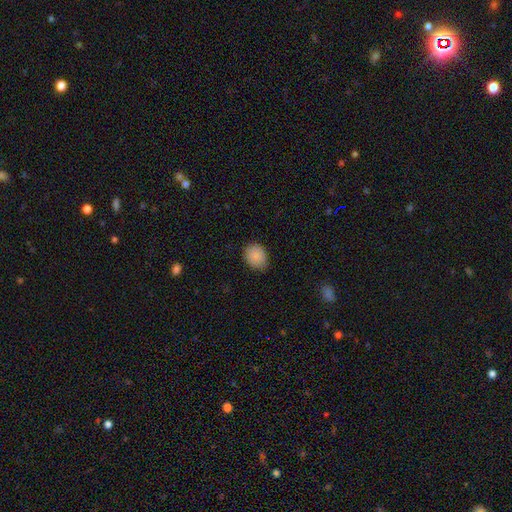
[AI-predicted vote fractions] The model was most divided on "how rounded": round: 53%, in between: 46%, cigar-shaped: 1%. More confident: smooth or featured — smooth (87%); merging — none (80%).